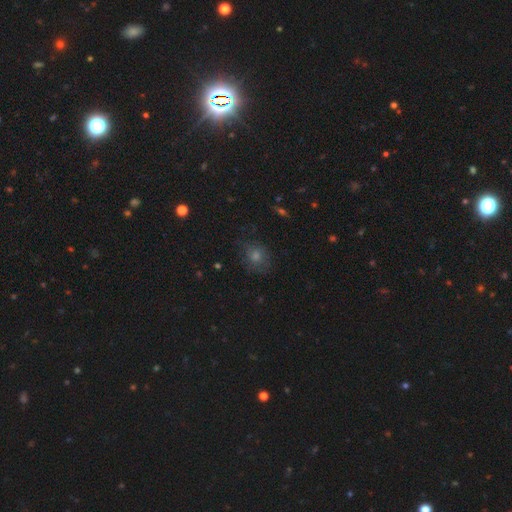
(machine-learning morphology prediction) A smooth galaxy with no disk features (56%) that is round (70%). Merging: none (76%).